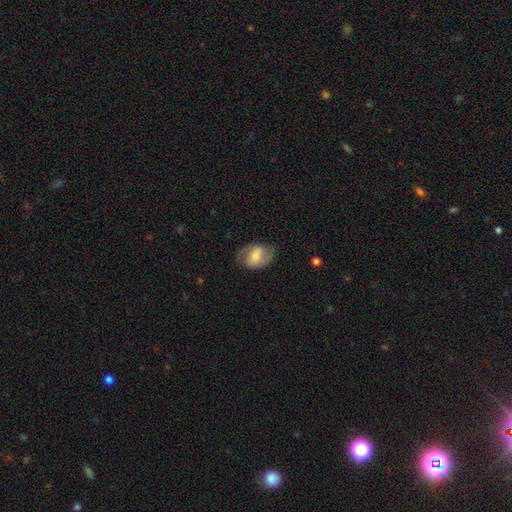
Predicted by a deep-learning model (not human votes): Smooth or featured? featured or disk (58%)
Edge-on disk? no (96%)
Bar? weak (43%)
Spiral arms? yes (84%)
Bulge size? moderate (45%)
Merging? none (74%)